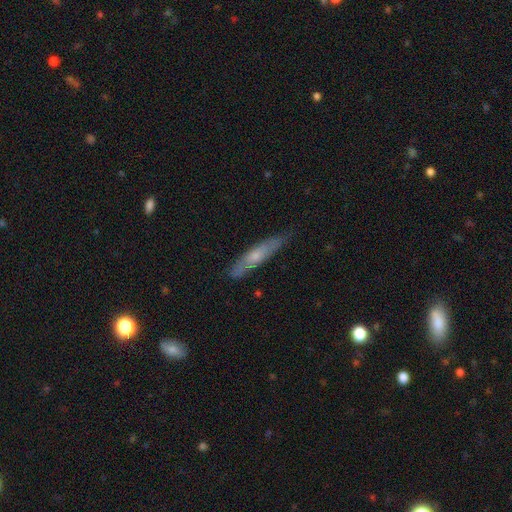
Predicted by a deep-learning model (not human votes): smooth-or-featured: featured or disk: 47% (tied) | smooth: 47% (tied) | star or artifact: 6%
  merging: none: 75% | minor disturbance: 20% | major disturbance: 4% | merger: 2%